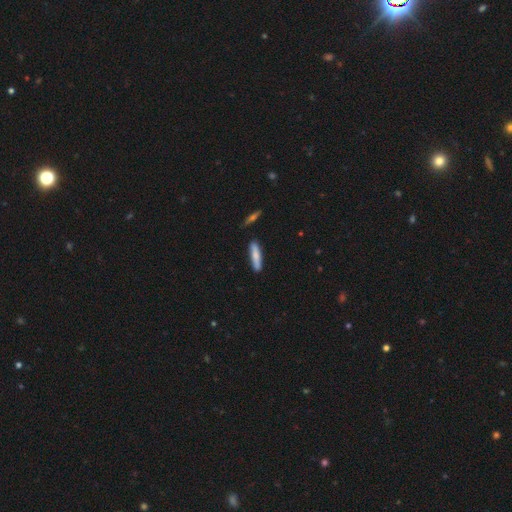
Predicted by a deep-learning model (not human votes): Smooth or featured? smooth (73%)
How rounded? cigar-shaped (84%)
Merging? none (84%)